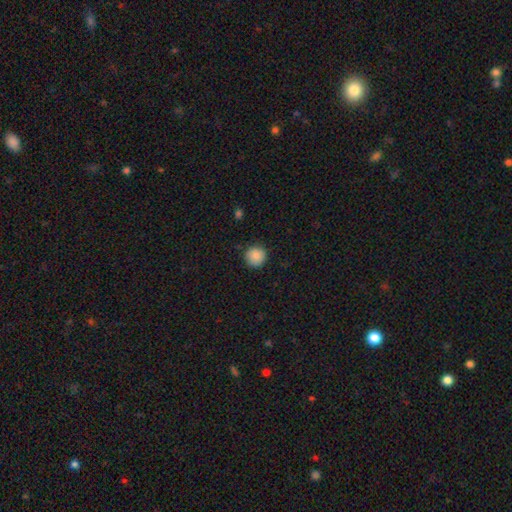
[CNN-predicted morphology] Smooth or featured? smooth (88%)
How rounded? round (95%)
Merging? none (88%)